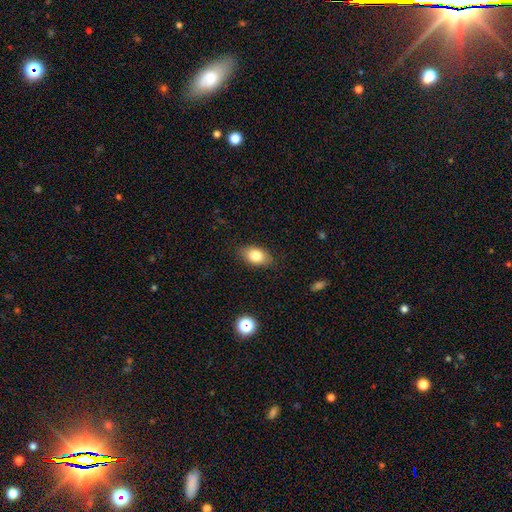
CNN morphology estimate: Smooth or featured? smooth (82%)
How rounded? in between (88%)
Merging? none (84%)